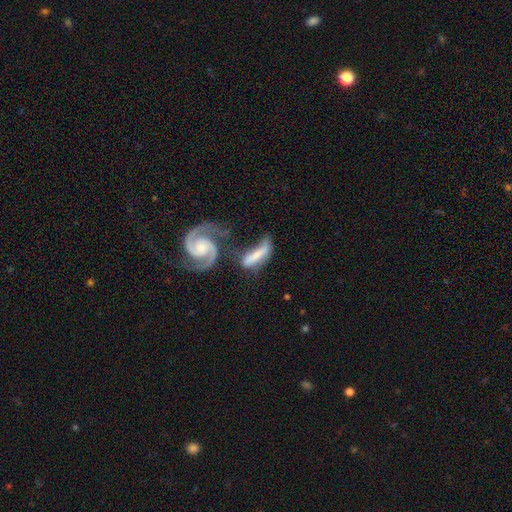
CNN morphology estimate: This is possibly a featured or disk galaxy (54%). It is clearly not viewed edge-on (80%). Merging: marginally merger (37%).